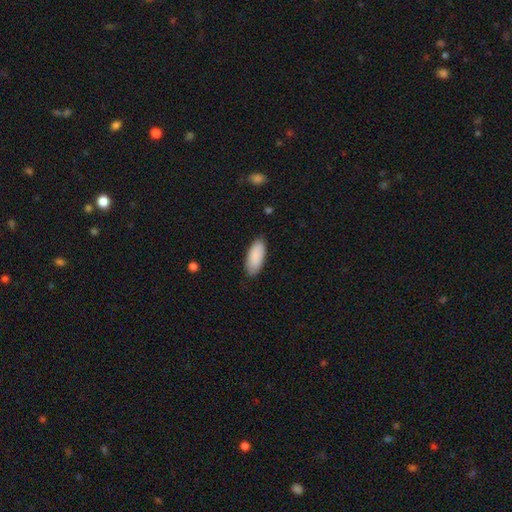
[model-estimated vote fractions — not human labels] This is clearly a smooth galaxy (90%). How rounded: clearly in between (85%). Merging: clearly none (84%).